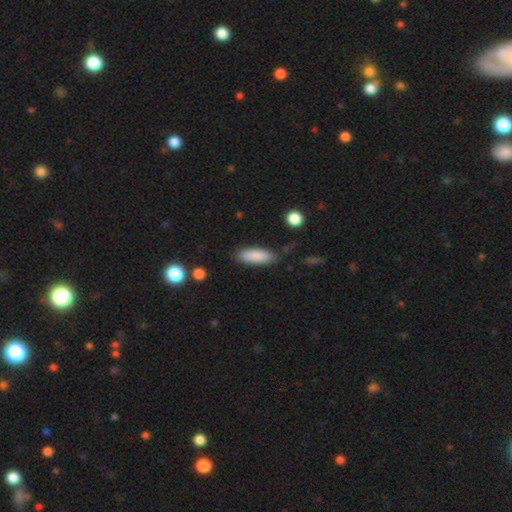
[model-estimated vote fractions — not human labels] A smooth galaxy with no disk features (87%) that is in between round and cigar-shaped (57%). Merging: none (83%).